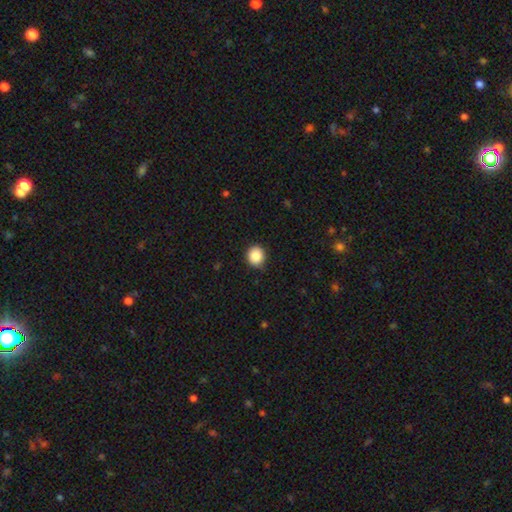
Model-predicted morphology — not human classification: Smooth or featured?
  - smooth: 87% *
  - star or artifact: 9%
  - featured or disk: 4%
How rounded?
  - round: 89% *
  - in between: 10%
  - cigar-shaped: 1%
Merging?
  - none: 86% *
  - minor disturbance: 11%
  - major disturbance: 2%
  - merger: 1%